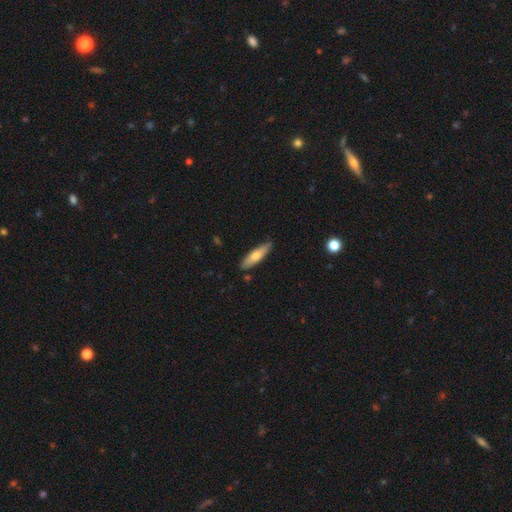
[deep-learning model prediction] Overall: smooth (65%; featured or disk 30%). How rounded: cigar-shaped (69%). Merging: none (86%).